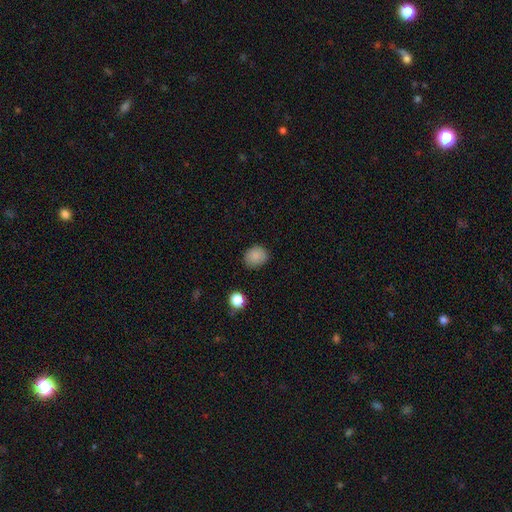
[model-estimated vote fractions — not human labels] A smooth galaxy with no disk features (86%) that is round (65%).

Vote fractions:
- Smooth or featured? smooth: 86% / star or artifact: 10% / featured or disk: 4%
- How rounded? round: 65% / in between: 34% / cigar-shaped: 1%
- Merging? none: 81% / minor disturbance: 14% / major disturbance: 3% / merger: 2%